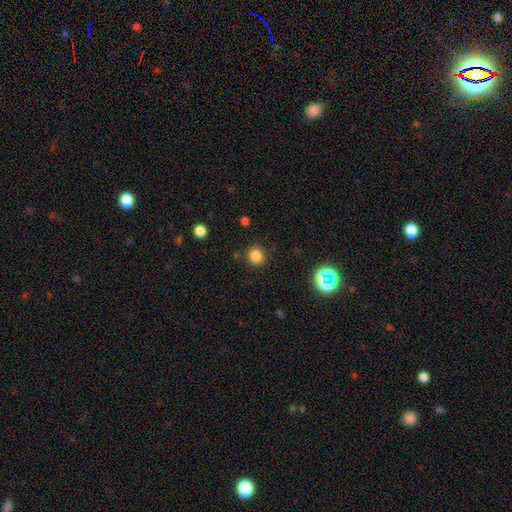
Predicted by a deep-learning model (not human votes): Morphology: type=smooth (82%); roundness=round (84%); merging=none (87%).